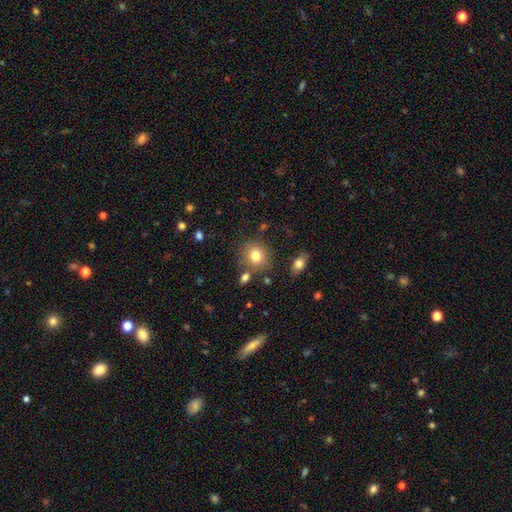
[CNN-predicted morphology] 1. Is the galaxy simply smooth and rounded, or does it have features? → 80% smooth, 11% star or artifact, 9% featured or disk.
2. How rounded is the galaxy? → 79% round, 21% in between, 1% cigar-shaped.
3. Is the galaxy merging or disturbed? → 76% none, 12% minor disturbance, 9% merger, 4% major disturbance.